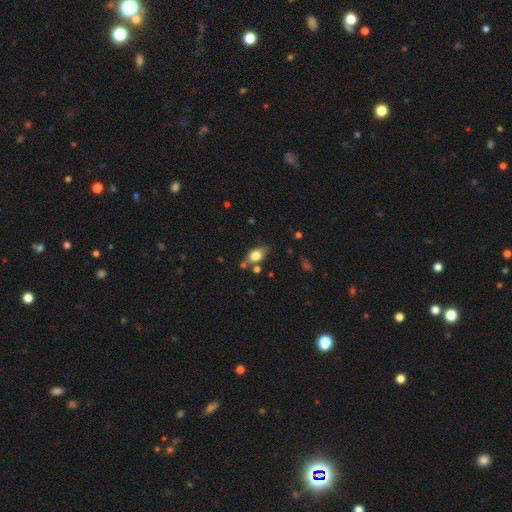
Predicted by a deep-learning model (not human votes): A smooth galaxy with no disk features (78%) that is in between round and cigar-shaped (79%).

Vote fractions:
- Smooth or featured? smooth: 78% / featured or disk: 13% / star or artifact: 9%
- How rounded? in between: 79% / round: 17% / cigar-shaped: 3%
- Merging? none: 64% / minor disturbance: 19% / merger: 11% / major disturbance: 5%